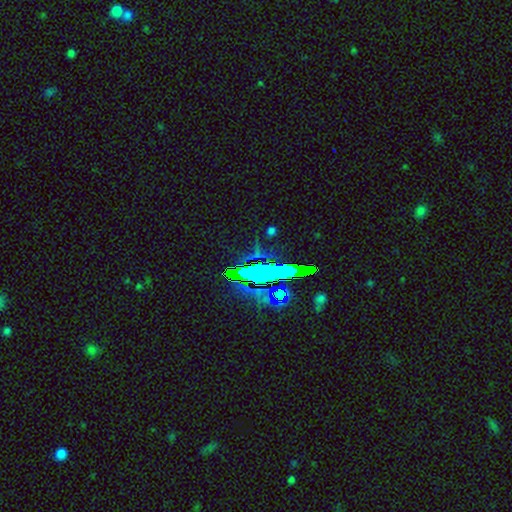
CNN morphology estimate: Smooth or featured? Predicted: star or artifact (p=0.67).